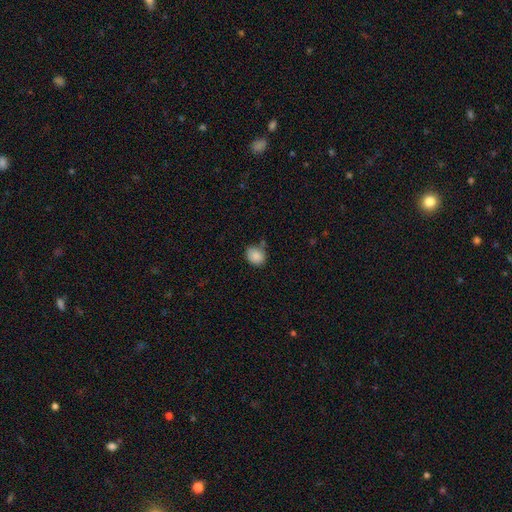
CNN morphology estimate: Smooth or featured? smooth (87%)
How rounded? round (56%)
Merging? none (64%)